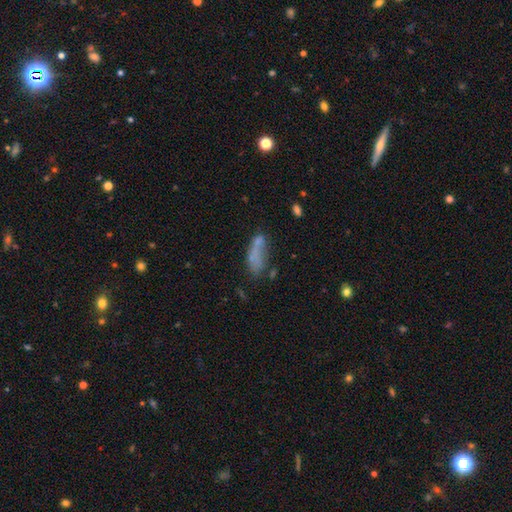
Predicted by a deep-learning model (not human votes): This appears to be a smooth galaxy with no disk features (60%) that is in between round and cigar-shaped (62%). Merging: none (36%).